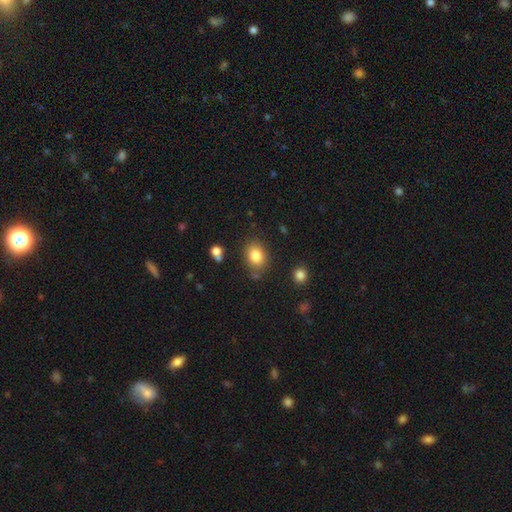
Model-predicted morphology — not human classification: Smooth or featured? Predicted: smooth (p=0.83). How rounded? Predicted: in between (p=0.60). Merging? Predicted: none (p=0.78).